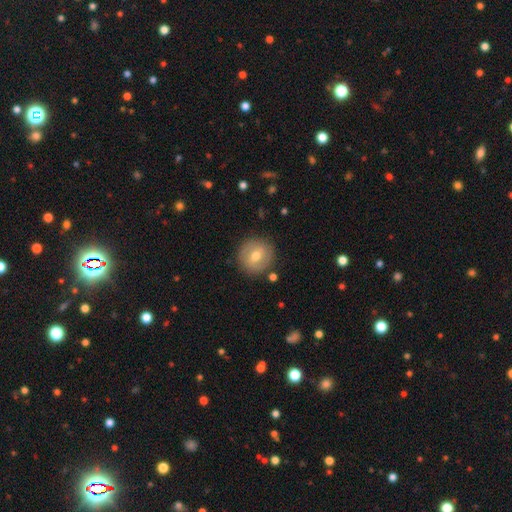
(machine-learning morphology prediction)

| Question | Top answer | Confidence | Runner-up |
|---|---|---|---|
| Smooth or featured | smooth | 58% | featured or disk (34%) |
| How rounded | round | 92% | in between (7%) |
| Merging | none | 86% | minor disturbance (9%) |